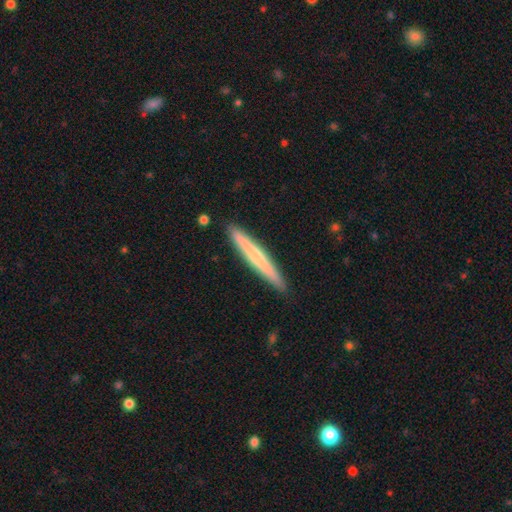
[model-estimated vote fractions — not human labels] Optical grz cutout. It shows a smooth galaxy with no disk features (52%) that is cigar-shaped (96%). Merging: none (91%).